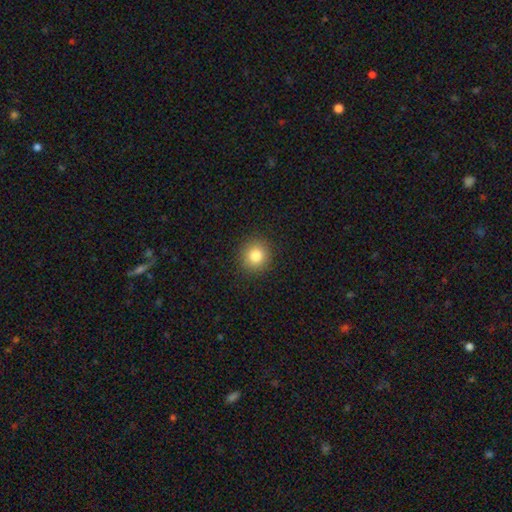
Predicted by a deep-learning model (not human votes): smooth_or_featured: smooth (p=0.82) [alt: star or artifact p=0.11]
how_rounded: round (p=0.91) [alt: in between p=0.08]
merging: none (p=0.91) [alt: minor disturbance p=0.06]